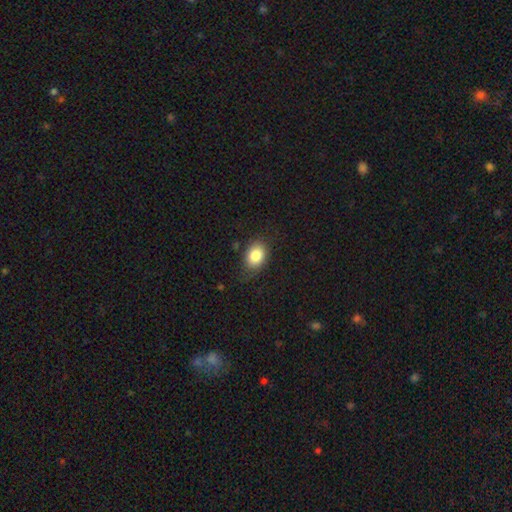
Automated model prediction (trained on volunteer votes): Smooth or featured? smooth (84%)
How rounded? in between (75%)
Merging? none (76%)